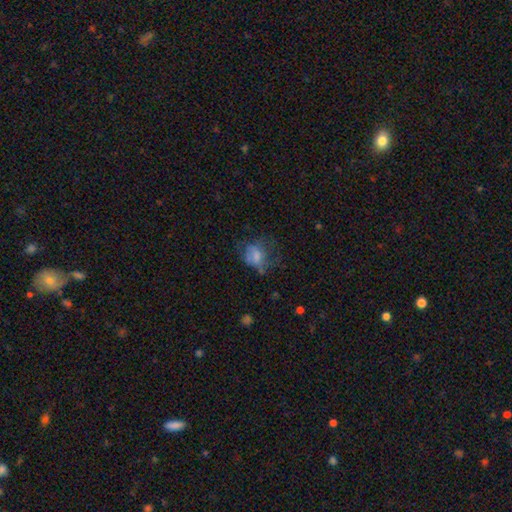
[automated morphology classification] smooth_or_featured: smooth (p=0.60) [alt: featured or disk p=0.28]
how_rounded: in between (p=0.51) [alt: round p=0.48]
merging: major disturbance (p=0.38) [alt: none p=0.34]